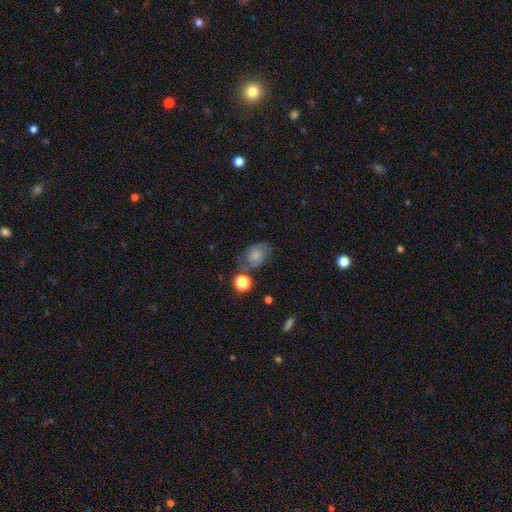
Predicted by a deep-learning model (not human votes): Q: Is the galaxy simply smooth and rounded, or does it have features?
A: smooth — 60%.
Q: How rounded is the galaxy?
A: in between — 59%.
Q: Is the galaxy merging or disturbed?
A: none — 52%.